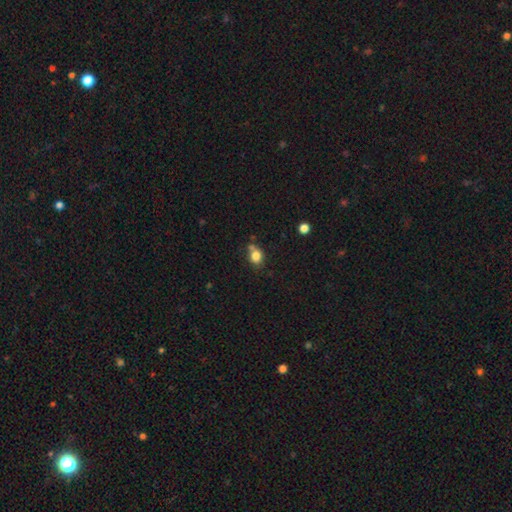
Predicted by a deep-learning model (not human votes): Smooth or featured? smooth (82%)
How rounded? round (54%)
Merging? none (60%)